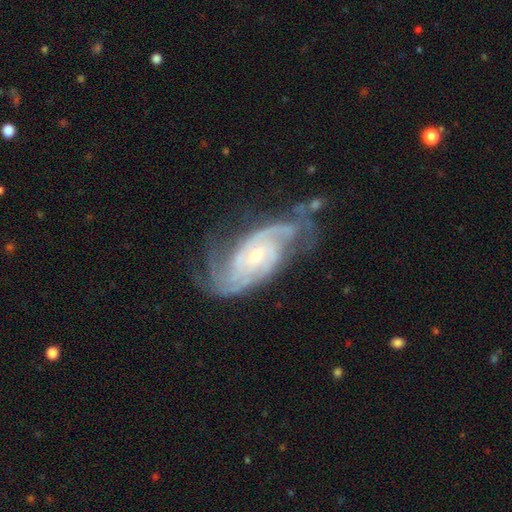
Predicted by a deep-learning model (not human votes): This is clearly a featured or disk galaxy (90%). It is clearly not viewed edge-on (96%). Bar: possibly no (56%). Spiral arm pattern: clearly yes (98%). Spiral arm count: marginally 2 (32%). Spiral winding: possibly tight (57%). Central bulge: likely small (62%). Merging: likely none (63%).